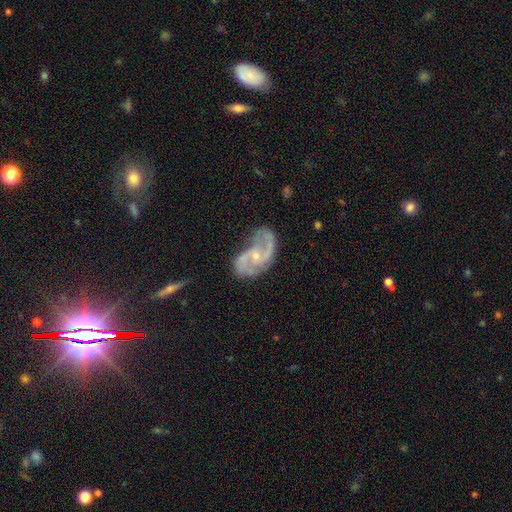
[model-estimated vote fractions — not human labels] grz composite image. It shows a featured or disk galaxy (86%) with no bar (60%), 2 (81%) medium (44%) spiral arms (94%) and a small central bulge (67%). Merging: none (50%).